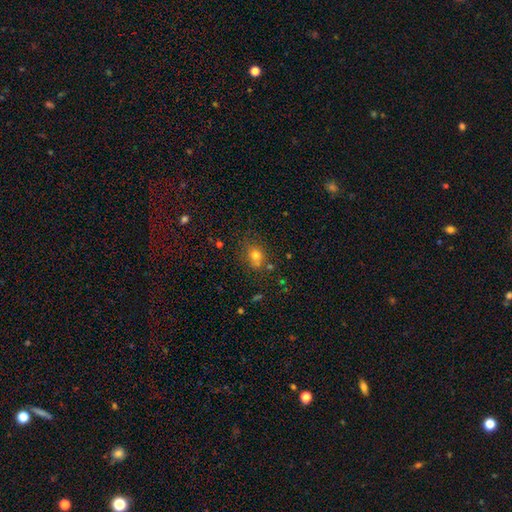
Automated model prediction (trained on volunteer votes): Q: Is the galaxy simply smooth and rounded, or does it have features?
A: smooth — 72%.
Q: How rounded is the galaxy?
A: round — 64%.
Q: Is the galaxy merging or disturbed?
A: none — 61%.